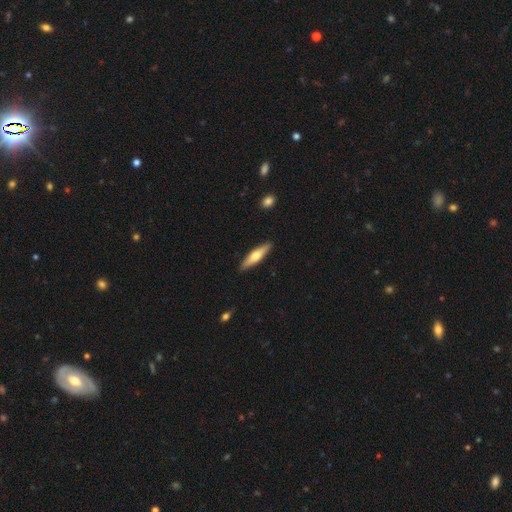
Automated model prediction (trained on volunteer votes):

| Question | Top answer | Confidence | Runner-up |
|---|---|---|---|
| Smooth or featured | smooth | 49% | featured or disk (45%) |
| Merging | none | 90% | minor disturbance (7%) |